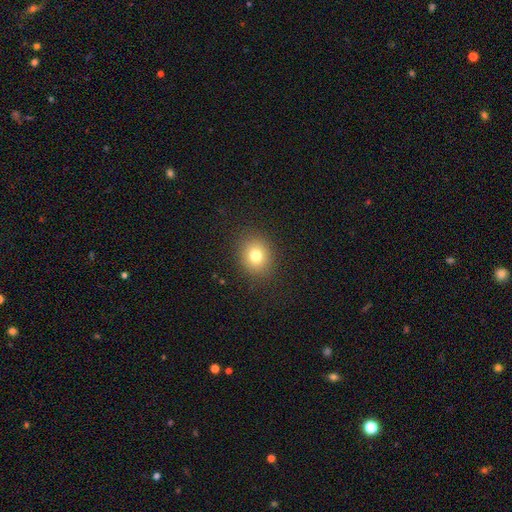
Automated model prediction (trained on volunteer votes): smooth-or-featured: smooth: 77% | star or artifact: 13% | featured or disk: 9%
  how-rounded: round: 70% | in between: 29% | cigar-shaped: 1%
  merging: none: 89% | minor disturbance: 7% | major disturbance: 3% | merger: 1%